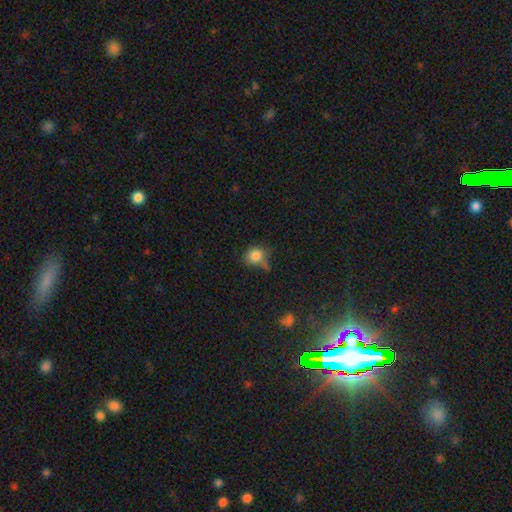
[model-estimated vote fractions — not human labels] smooth_or_featured: smooth (p=0.81) [alt: star or artifact p=0.11]
how_rounded: round (p=0.66) [alt: in between p=0.33]
merging: none (p=0.49) [alt: minor disturbance p=0.28]